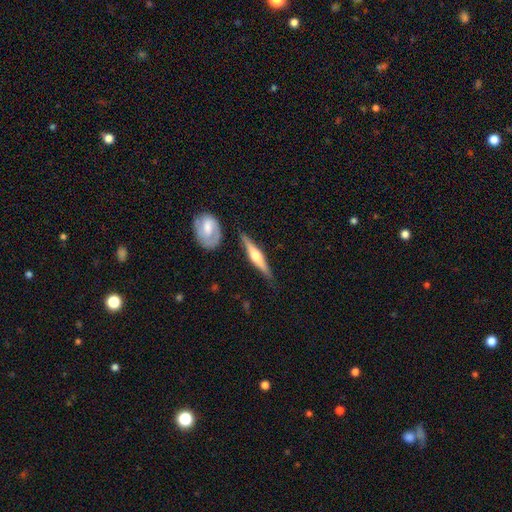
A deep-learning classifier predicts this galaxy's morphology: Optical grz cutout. It shows a featured or disk galaxy (68%) viewed edge-on (96%) with a rounded central bulge (90%). Merging: none (82%).